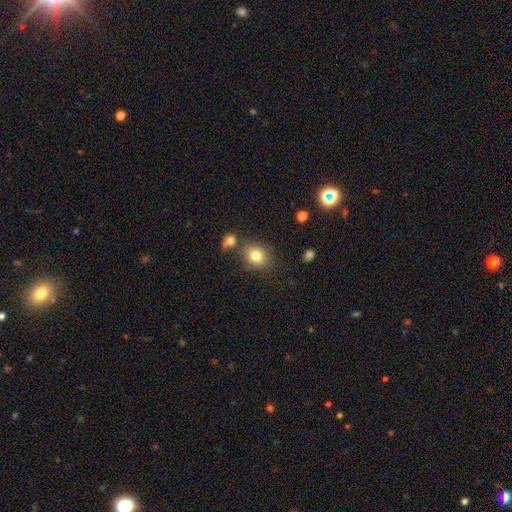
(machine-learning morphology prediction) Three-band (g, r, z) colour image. It shows a smooth galaxy with no disk features (80%) that is round (70%). Merging: none (71%).